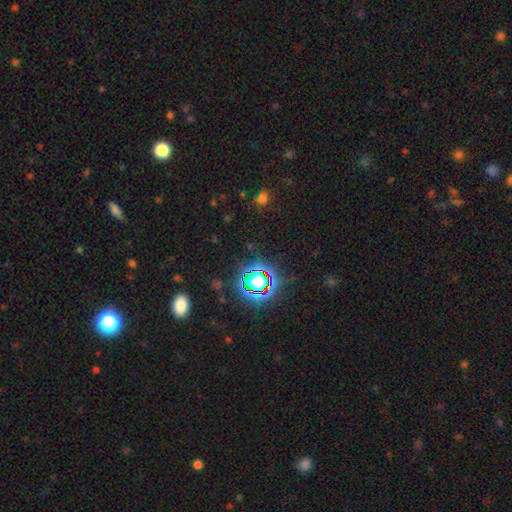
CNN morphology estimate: Overall: star or artifact (77%).